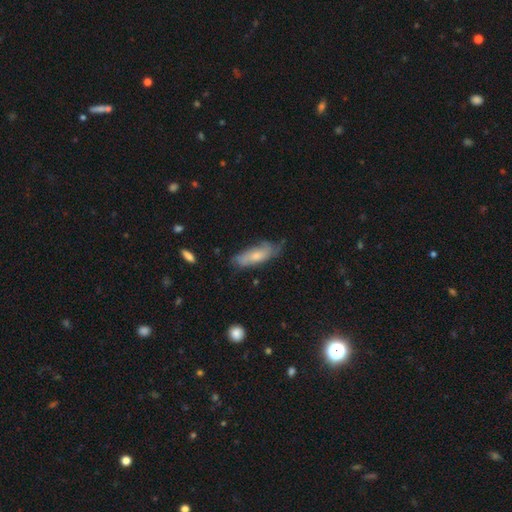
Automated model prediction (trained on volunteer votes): This appears to be a smooth galaxy with no disk features (54%) that is in between round and cigar-shaped (57%). Merging: none (59%).